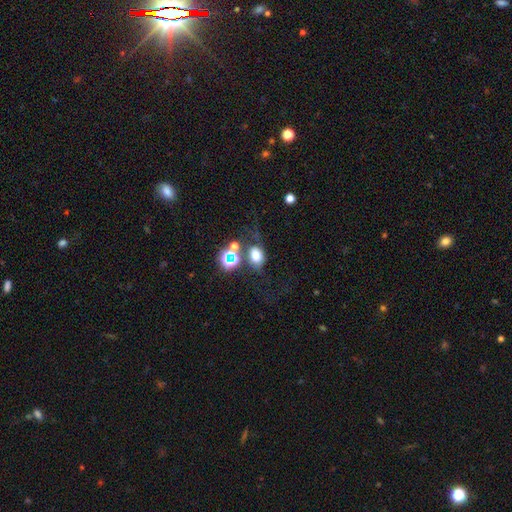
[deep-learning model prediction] smooth_or_featured: smooth (p=0.67) [alt: star or artifact p=0.20]
how_rounded: in between (p=0.62) [alt: round p=0.36]
merging: none (p=0.50) [alt: minor disturbance p=0.18]